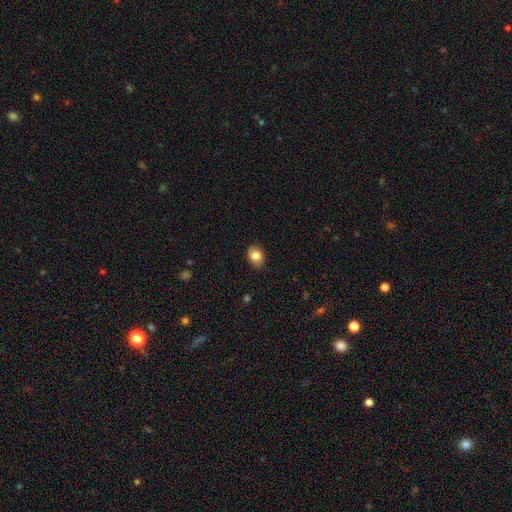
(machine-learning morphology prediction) smooth-or-featured: smooth: 83% | star or artifact: 8% | featured or disk: 8%
  how-rounded: in between: 67% | round: 32% | cigar-shaped: 1%
  merging: none: 86% | minor disturbance: 11% | major disturbance: 2% | merger: 1%